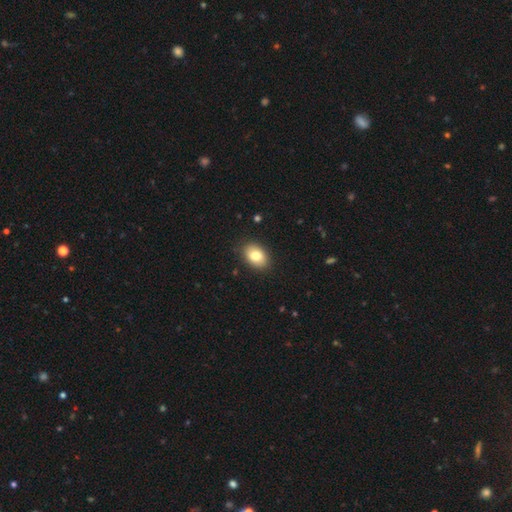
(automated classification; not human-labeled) smooth_or_featured: smooth (p=0.81) [alt: featured or disk p=0.11]
how_rounded: in between (p=0.83) [alt: round p=0.16]
merging: none (p=0.88) [alt: minor disturbance p=0.09]